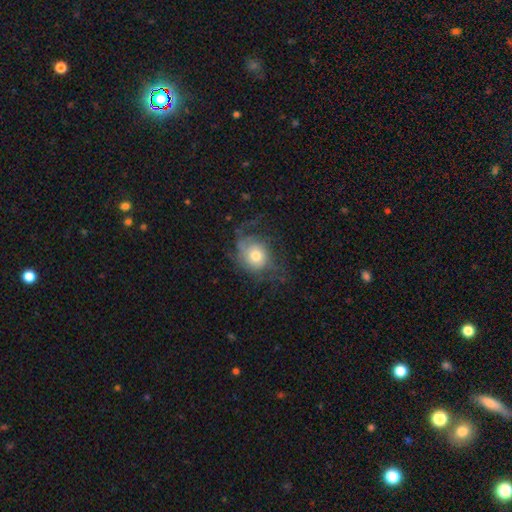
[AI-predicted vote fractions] Q: Smooth or featured?
A: featured or disk (49%); runner-up: smooth (42%)
Q: Merging?
A: none (49%); runner-up: major disturbance (29%)